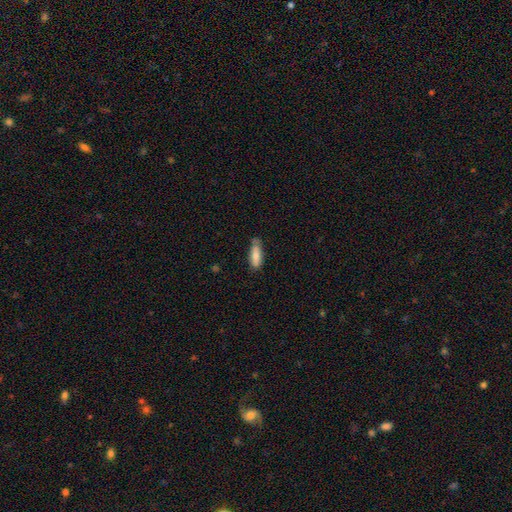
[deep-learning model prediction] smooth_or_featured: smooth (p=0.79) [alt: featured or disk p=0.15]
how_rounded: in between (p=0.58) [alt: cigar-shaped p=0.40]
merging: none (p=0.63) [alt: minor disturbance p=0.29]